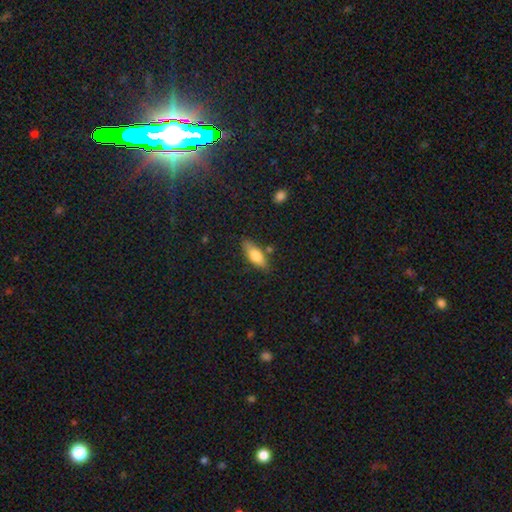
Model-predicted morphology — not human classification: smooth 75%, featured or disk 18%, star or artifact 6%. Down the decision tree: how rounded — in between (66%); merging — none (77%).